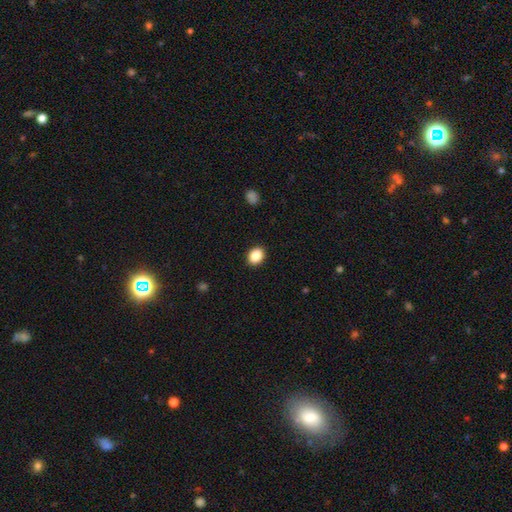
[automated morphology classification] smooth 87%, star or artifact 9%, featured or disk 4%. Down the decision tree: how rounded — in between (54%); merging — none (91%).